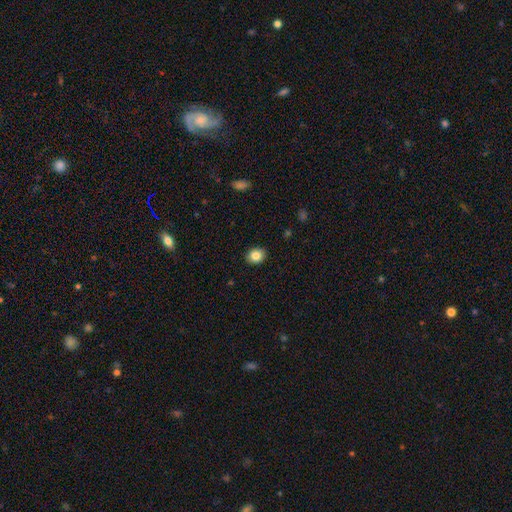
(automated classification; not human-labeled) Smooth or featured?
  - smooth: 85% *
  - star or artifact: 9%
  - featured or disk: 6%
How rounded?
  - round: 53% *
  - in between: 46%
  - cigar-shaped: 1%
Merging?
  - none: 90% *
  - minor disturbance: 8%
  - major disturbance: 2%
  - merger: 1%